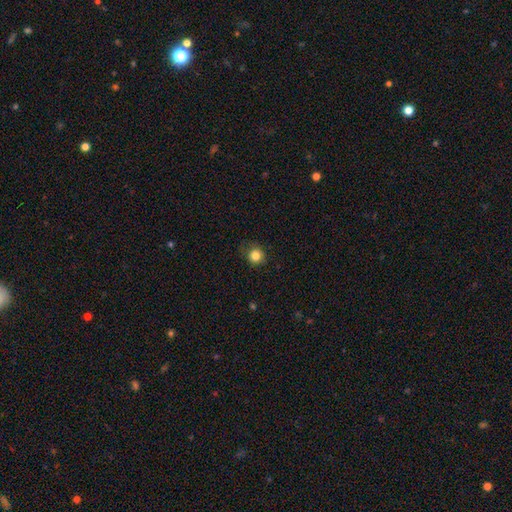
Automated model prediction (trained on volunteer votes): smooth 83%, star or artifact 12%, featured or disk 5%. Down the decision tree: how rounded — round (90%); merging — none (80%).